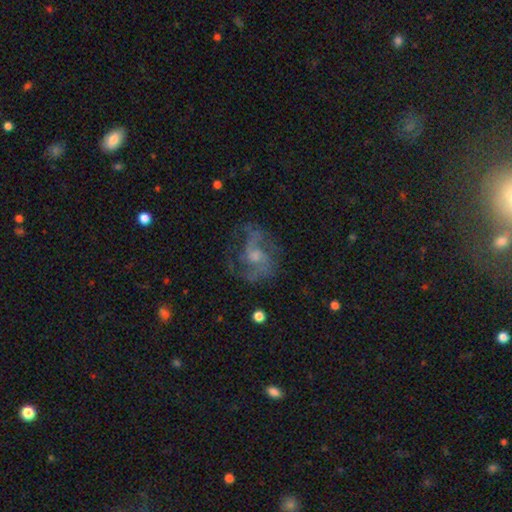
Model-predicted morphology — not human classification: This appears to be a featured or disk galaxy (77%) with no bar (61%), 2 (61%) medium (51%) spiral arms (86%) and a moderate central bulge (45%). Merging: none (60%).